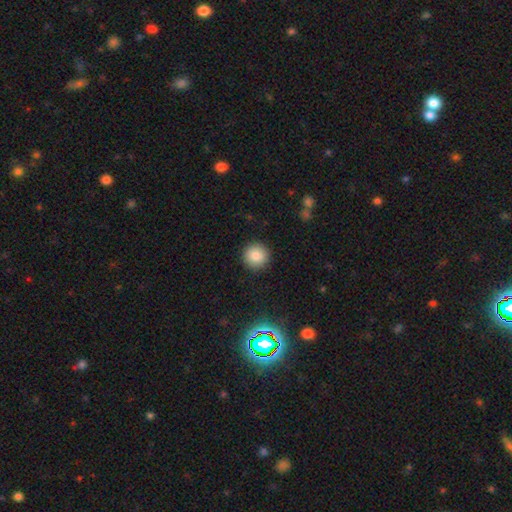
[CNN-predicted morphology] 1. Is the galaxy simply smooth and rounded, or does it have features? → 84% smooth, 10% star or artifact, 6% featured or disk.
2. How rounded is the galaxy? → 95% round, 4% in between, 1% cigar-shaped.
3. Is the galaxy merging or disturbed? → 92% none, 5% minor disturbance, 2% major disturbance, 1% merger.